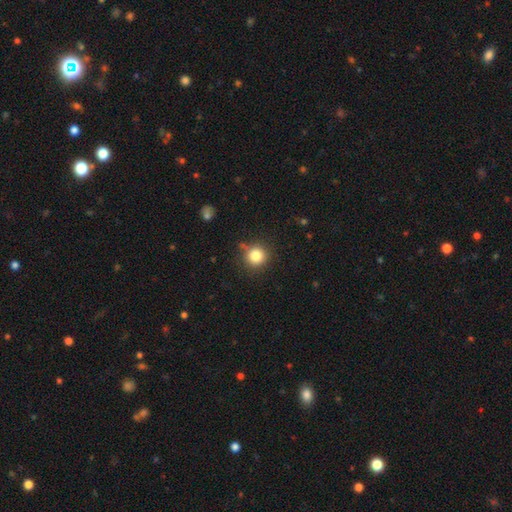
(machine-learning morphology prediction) This is clearly a smooth galaxy (82%). How rounded: clearly round (93%). Merging: clearly none (81%).